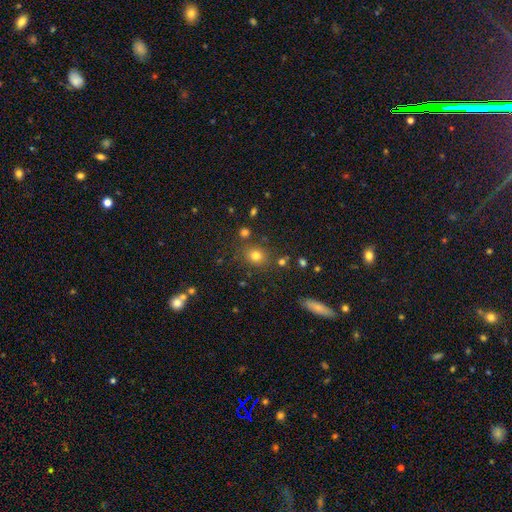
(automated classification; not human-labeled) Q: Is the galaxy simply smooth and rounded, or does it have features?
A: smooth — 75%.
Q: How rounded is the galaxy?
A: round — 68%.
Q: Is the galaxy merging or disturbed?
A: none — 80%.